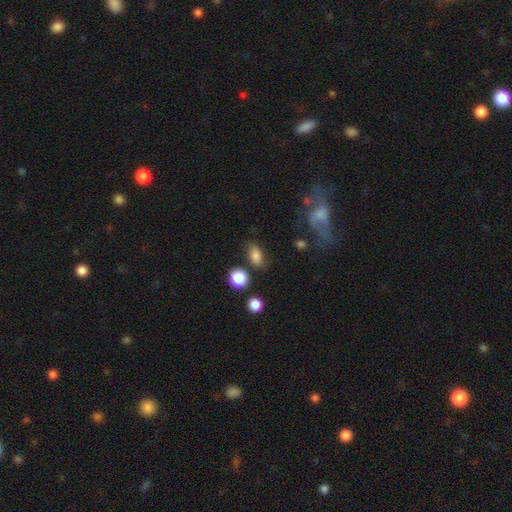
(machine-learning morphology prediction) A smooth galaxy with no disk features (79%) that is in between round and cigar-shaped (80%). Merging: none (72%).